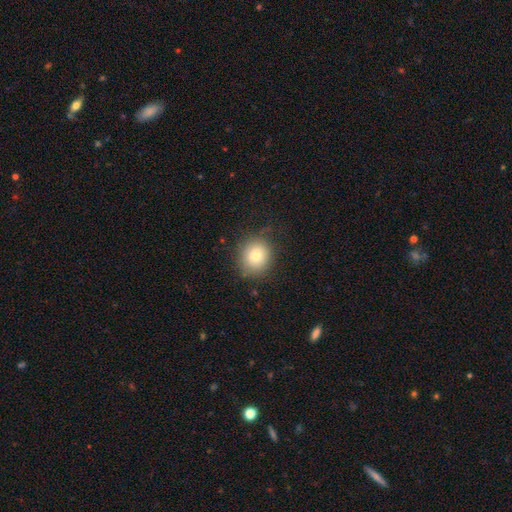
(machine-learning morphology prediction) Smooth or featured? smooth (79%)
How rounded? round (84%)
Merging? none (81%)